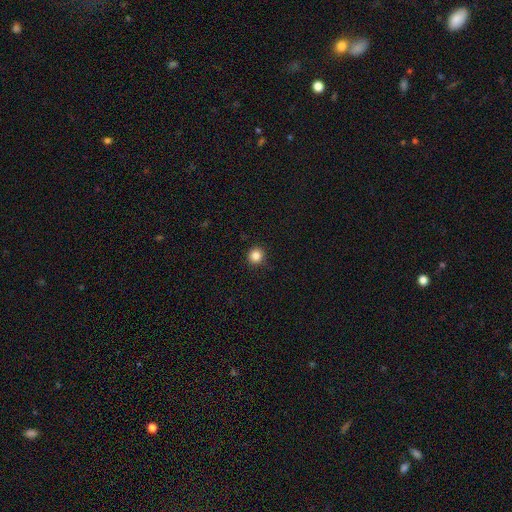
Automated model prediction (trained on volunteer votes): smooth 85%, star or artifact 11%, featured or disk 4%. Down the decision tree: how rounded — round (93%); merging — none (91%).